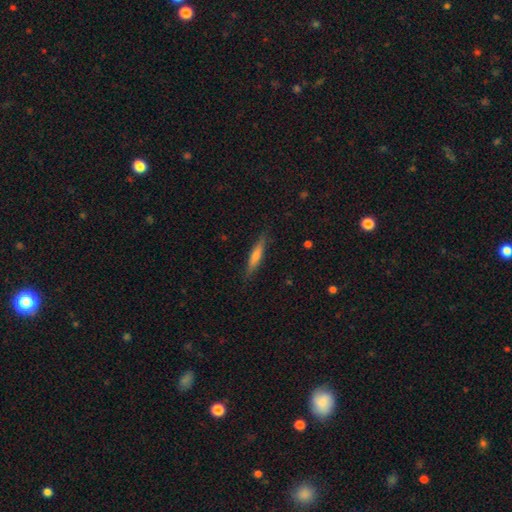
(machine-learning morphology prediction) Q: Smooth or featured?
A: smooth (59%); runner-up: featured or disk (35%)
Q: How rounded?
A: cigar-shaped (89%); runner-up: in between (10%)
Q: Merging?
A: none (87%); runner-up: minor disturbance (10%)